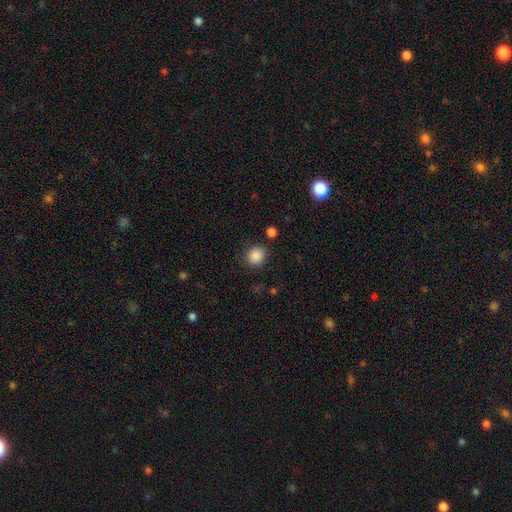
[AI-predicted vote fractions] This appears to be a smooth galaxy with no disk features (87%) that is round (83%). Merging: none (85%).